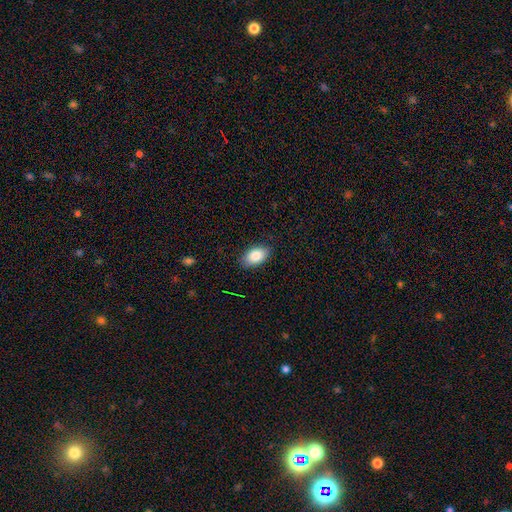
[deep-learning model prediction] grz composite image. It shows a smooth galaxy with no disk features (85%) that is in between round and cigar-shaped (93%). Merging: none (87%).